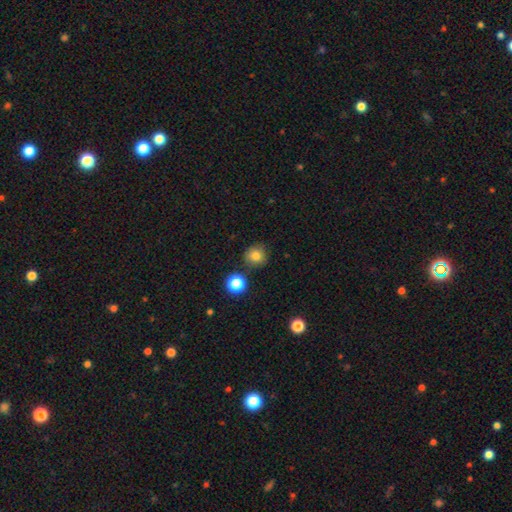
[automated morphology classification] This is clearly a smooth galaxy (80%). How rounded: clearly round (91%). Merging: clearly none (81%).